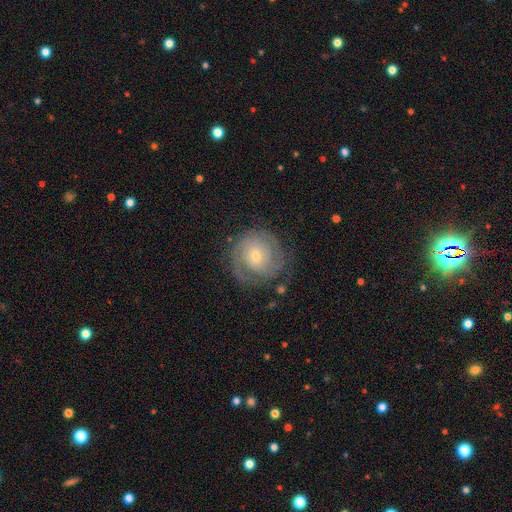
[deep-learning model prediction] smooth-or-featured: featured or disk: 79% | smooth: 15% | star or artifact: 6%
  disk-edge-on: no: 98% | yes: 2%
    bar: no: 68% | weak: 26% | strong: 6%
    has-spiral-arms: yes: 93% | no: 7%
      spiral-winding: tight: 73% | medium: 22% | loose: 6%
      spiral-arm-count: 2: 41% | can't tell: 29% | 3: 15% | 1: 6% | 4: 5% | more than 4: 4%
    bulge-size: small: 53% | moderate: 43% | large: 2% | none: 1% | dominant: 1%
  merging: none: 76% | minor disturbance: 15% | major disturbance: 8% | merger: 2%